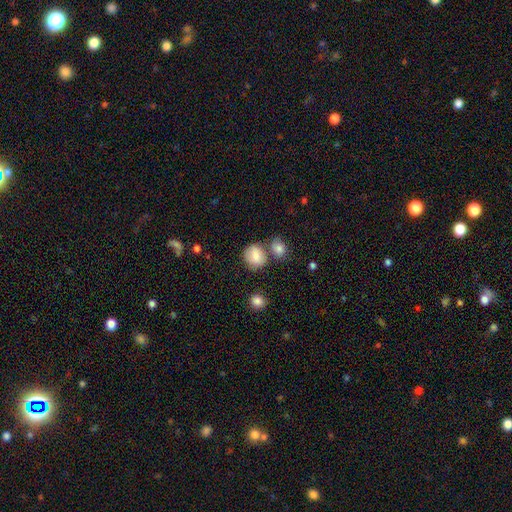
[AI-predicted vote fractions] Overall: smooth (82%). How rounded: round (71%). Merging: none (59%; merger 20%).